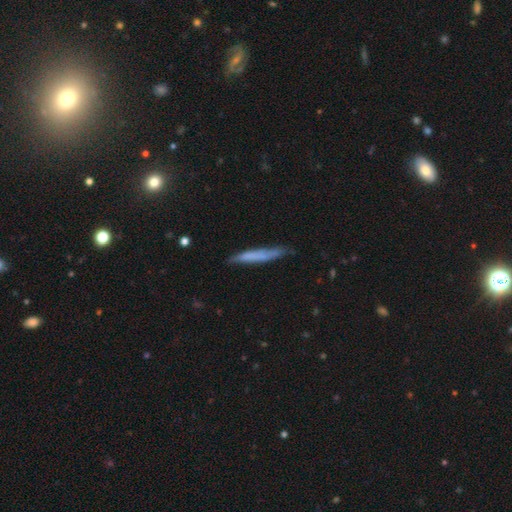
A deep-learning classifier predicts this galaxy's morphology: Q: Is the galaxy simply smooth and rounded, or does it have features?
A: smooth — 63%.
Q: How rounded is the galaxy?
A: cigar-shaped — 95%.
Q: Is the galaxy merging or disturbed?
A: none — 76%.